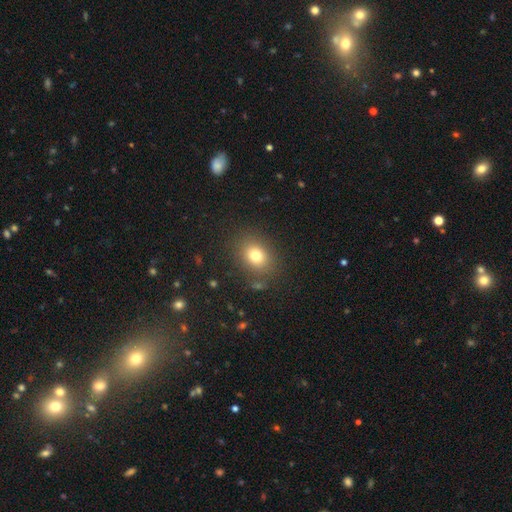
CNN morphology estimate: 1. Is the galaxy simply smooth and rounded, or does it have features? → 77% smooth, 13% star or artifact, 10% featured or disk.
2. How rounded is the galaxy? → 51% round, 48% in between, 1% cigar-shaped.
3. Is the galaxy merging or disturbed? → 84% none, 9% minor disturbance, 4% major disturbance, 2% merger.